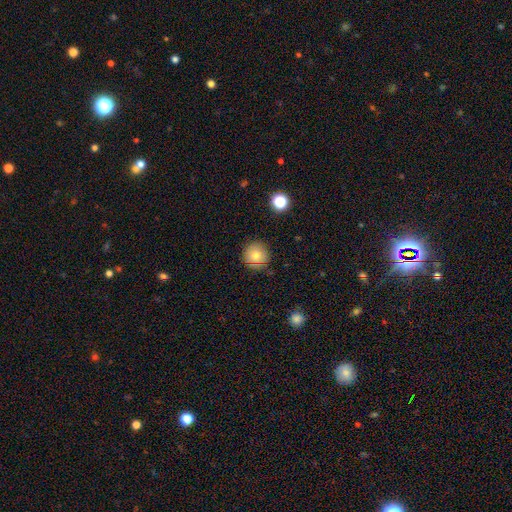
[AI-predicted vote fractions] Smooth or featured?
  - smooth: 74% *
  - featured or disk: 13%
  - star or artifact: 12%
How rounded?
  - round: 94% *
  - in between: 5%
  - cigar-shaped: 1%
Merging?
  - none: 85% *
  - minor disturbance: 10%
  - major disturbance: 3%
  - merger: 2%